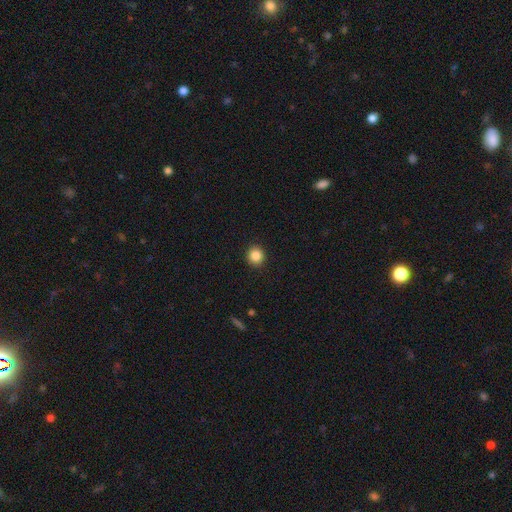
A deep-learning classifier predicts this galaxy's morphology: Smooth or featured? smooth (86%)
How rounded? round (92%)
Merging? none (92%)